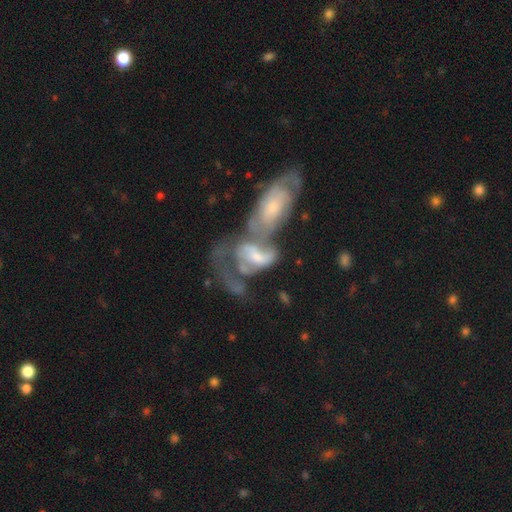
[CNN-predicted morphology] smooth_or_featured: featured or disk (p=0.76) [alt: smooth p=0.17]
disk_edge_on: no (p=0.95) [alt: yes p=0.05]
bar: no (p=0.44) [alt: weak p=0.40]
has_spiral_arms: yes (p=0.83) [alt: no p=0.17]
spiral_winding: medium (p=0.42) [alt: loose p=0.31]
spiral_arm_count: 2 (p=0.51) [alt: can't tell p=0.27]
bulge_size: small (p=0.45) [alt: moderate p=0.36]
merging: merger (p=0.69) [alt: major disturbance p=0.13]